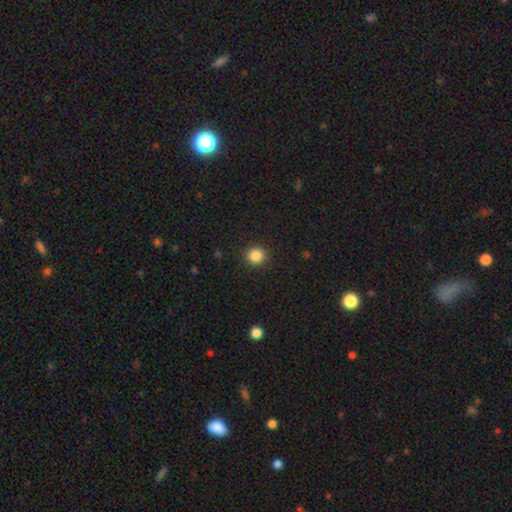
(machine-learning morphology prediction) Smooth or featured? smooth (85%)
How rounded? round (91%)
Merging? none (92%)